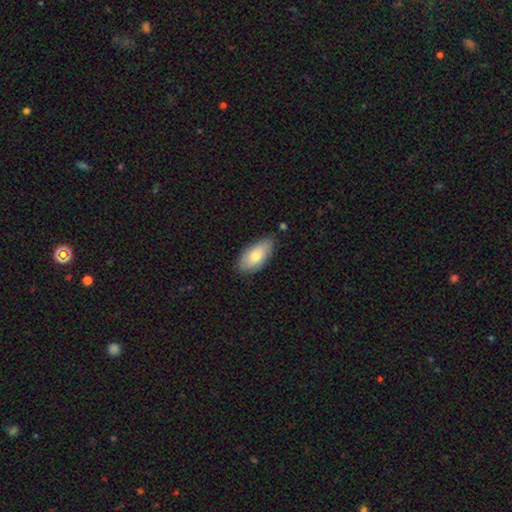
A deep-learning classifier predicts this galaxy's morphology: smooth_or_featured: smooth (p=0.76) [alt: featured or disk p=0.18]
how_rounded: in between (p=0.91) [alt: cigar-shaped p=0.06]
merging: none (p=0.75) [alt: minor disturbance p=0.20]